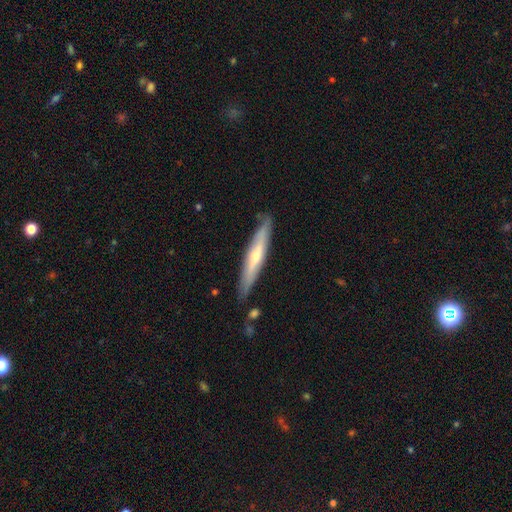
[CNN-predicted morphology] Q: Smooth or featured?
A: featured or disk (57%); runner-up: smooth (37%)
Q: Edge-on disk?
A: yes (85%); runner-up: no (15%)
Q: Merging?
A: none (82%); runner-up: minor disturbance (13%)